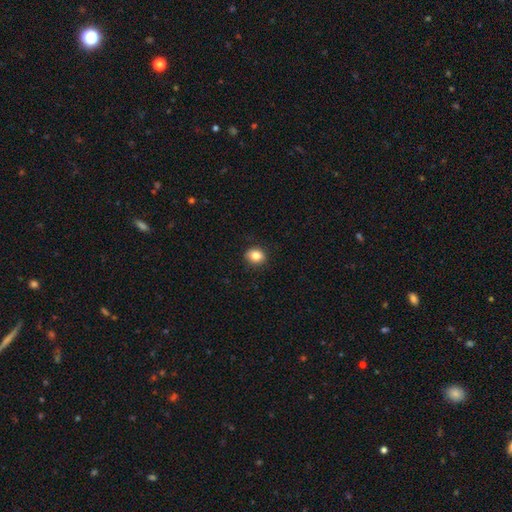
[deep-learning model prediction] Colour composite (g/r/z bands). It shows a smooth galaxy with no disk features (84%) that is round (68%). Merging: none (89%).